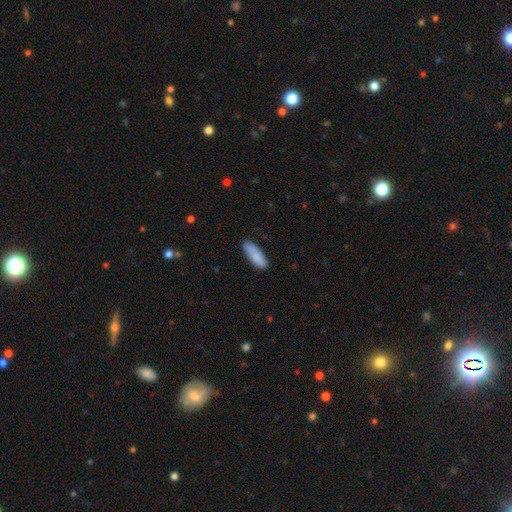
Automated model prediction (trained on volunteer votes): A smooth galaxy with no disk features (86%) that is in between round and cigar-shaped (62%).

Vote fractions:
- Smooth or featured? smooth: 86% / featured or disk: 8% / star or artifact: 6%
- How rounded? in between: 62% / cigar-shaped: 36% / round: 2%
- Merging? none: 79% / minor disturbance: 17% / major disturbance: 3% / merger: 2%